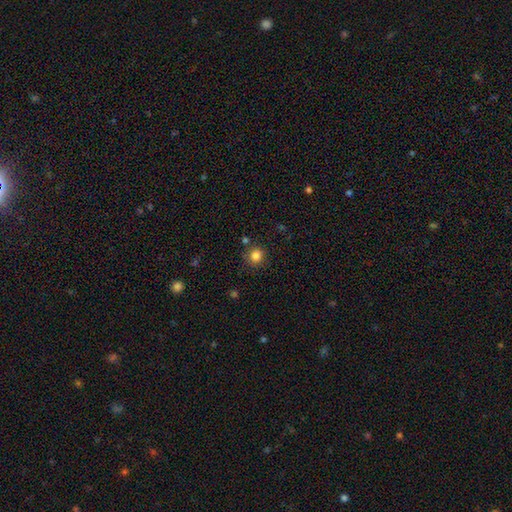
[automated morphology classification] Smooth or featured? smooth (83%)
How rounded? round (88%)
Merging? none (83%)